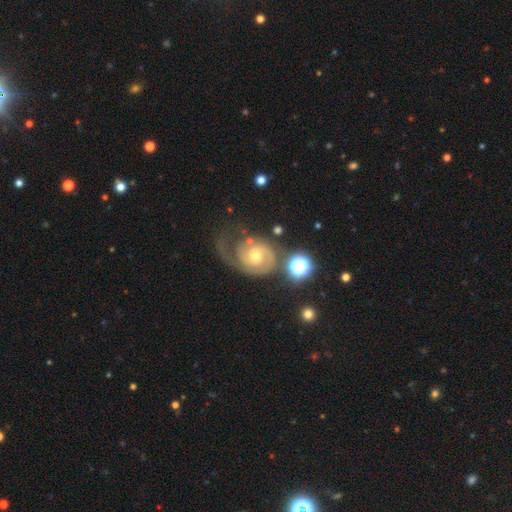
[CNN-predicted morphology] Q: Smooth or featured?
A: featured or disk (83%); runner-up: smooth (10%)
Q: Edge-on disk?
A: no (97%); runner-up: yes (3%)
Q: Bar?
A: no (72%); runner-up: weak (23%)
Q: Spiral arms?
A: yes (95%); runner-up: no (5%)
Q: Spiral winding?
A: tight (51%); runner-up: medium (36%)
Q: Spiral arm count?
A: 2 (50%); runner-up: 1 (31%)
Q: Bulge size?
A: moderate (53%); runner-up: small (41%)
Q: Merging?
A: none (43%); runner-up: major disturbance (30%)